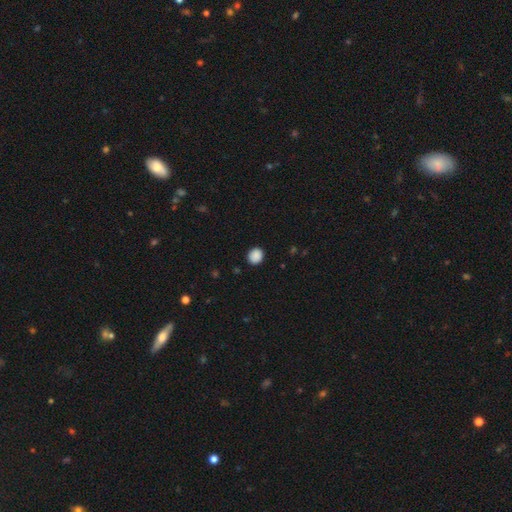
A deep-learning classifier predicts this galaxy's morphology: A smooth galaxy with no disk features (89%) that is round (70%).

Vote fractions:
- Smooth or featured? smooth: 89% / star or artifact: 9% / featured or disk: 3%
- How rounded? round: 70% / in between: 29% / cigar-shaped: 1%
- Merging? none: 89% / minor disturbance: 8% / major disturbance: 2% / merger: 1%